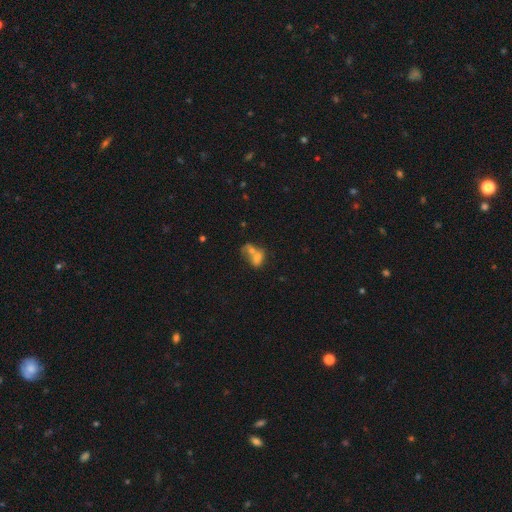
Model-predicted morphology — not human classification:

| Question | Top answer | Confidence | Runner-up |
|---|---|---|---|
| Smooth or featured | smooth | 69% | featured or disk (19%) |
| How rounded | in between | 77% | round (21%) |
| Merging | merger | 66% | none (19%) |